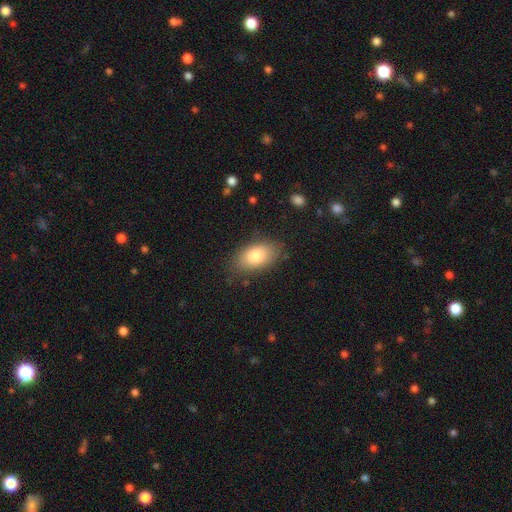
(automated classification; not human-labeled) Smooth or featured?
  - smooth: 81% *
  - featured or disk: 12%
  - star or artifact: 7%
How rounded?
  - in between: 92% *
  - round: 6%
  - cigar-shaped: 2%
Merging?
  - none: 81% *
  - minor disturbance: 14%
  - major disturbance: 4%
  - merger: 1%